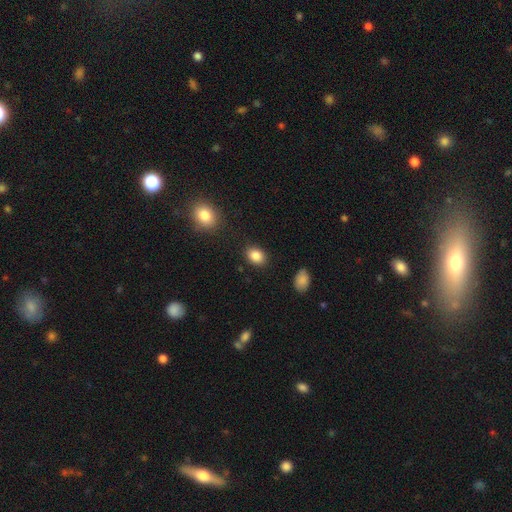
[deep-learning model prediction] Smooth or featured? Predicted: smooth (p=0.87). How rounded? Predicted: in between (p=0.72). Merging? Predicted: none (p=0.87).